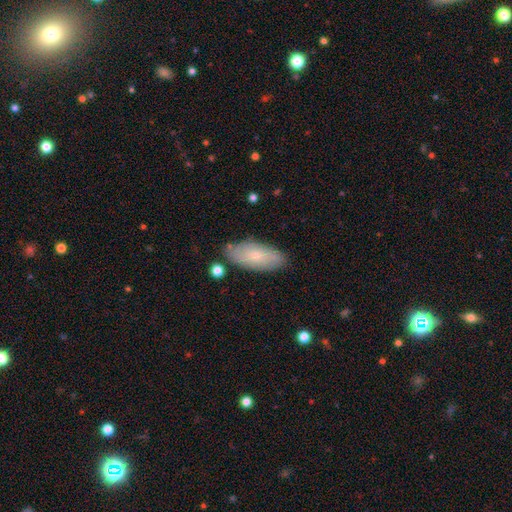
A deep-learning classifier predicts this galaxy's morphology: Overall: smooth (66%; featured or disk 27%). How rounded: in between (85%). Merging: none (80%).